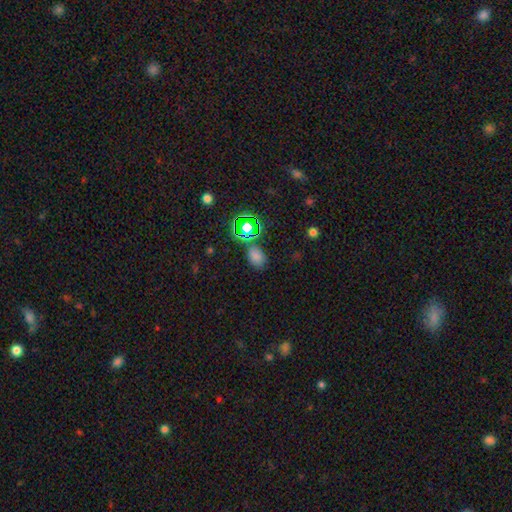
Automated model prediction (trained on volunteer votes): Q: Smooth or featured?
A: smooth (64%); runner-up: star or artifact (30%)
Q: How rounded?
A: in between (75%); runner-up: round (23%)
Q: Merging?
A: none (77%); runner-up: minor disturbance (14%)